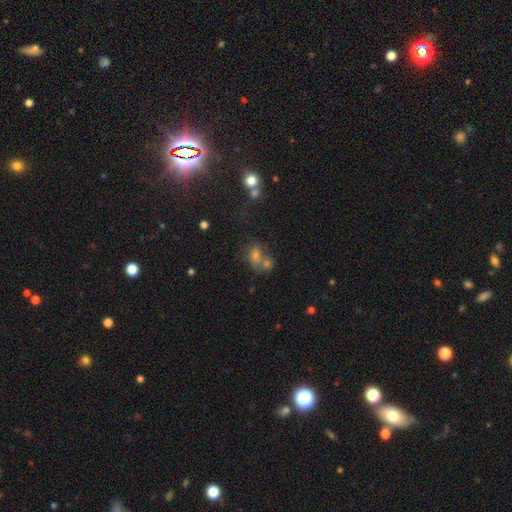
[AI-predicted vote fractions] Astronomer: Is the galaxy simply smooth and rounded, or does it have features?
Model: smooth — 55%.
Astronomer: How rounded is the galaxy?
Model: in between — 54% (runner-up: round, 44%).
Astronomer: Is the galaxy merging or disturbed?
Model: merger — 45% (runner-up: none, 38%).